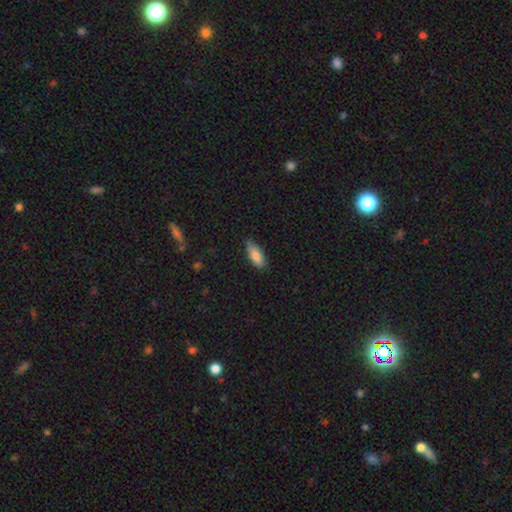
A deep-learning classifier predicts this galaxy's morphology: Overall: smooth (85%). How rounded: in between (79%). Merging: none (78%).